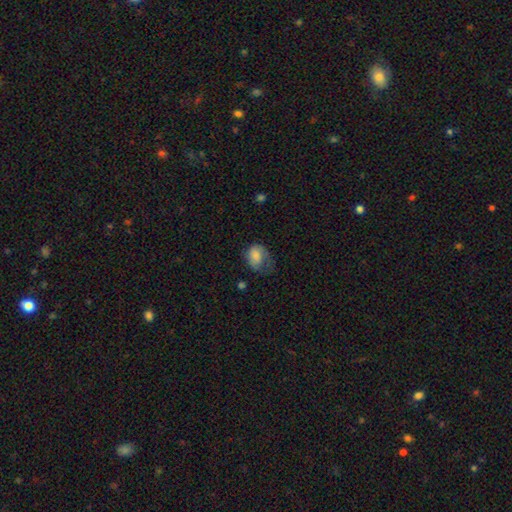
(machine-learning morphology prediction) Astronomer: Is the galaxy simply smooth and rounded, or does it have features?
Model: smooth — 75%.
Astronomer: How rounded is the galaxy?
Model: in between — 72%.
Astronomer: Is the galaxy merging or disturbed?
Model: major disturbance — 38% (runner-up: minor disturbance, 31%).